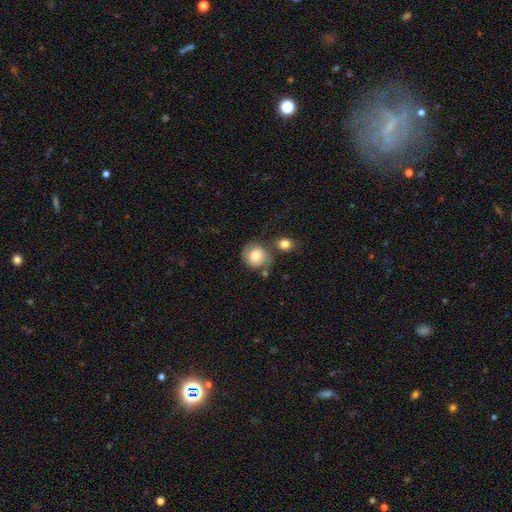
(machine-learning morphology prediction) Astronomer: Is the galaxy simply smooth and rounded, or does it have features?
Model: smooth — 69%.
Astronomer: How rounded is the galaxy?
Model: round — 83%.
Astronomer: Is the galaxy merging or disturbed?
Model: none — 59%.